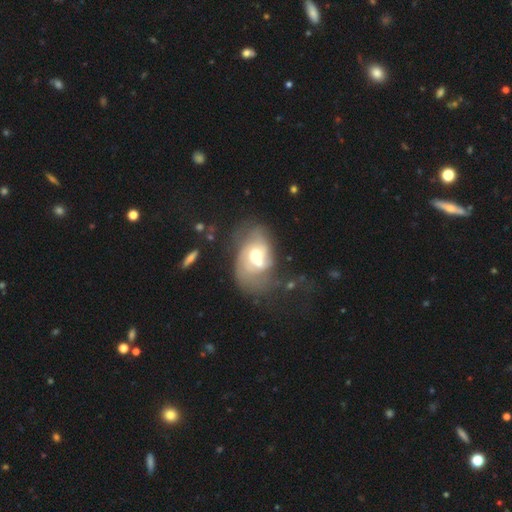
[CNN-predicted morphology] Smooth or featured: featured or disk — 67% (smooth — 25%)
Edge-on disk: no — 96% (yes — 4%)
Bar: no — 66% (weak — 28%)
Spiral arms: yes — 70% (no — 30%)
Bulge size: moderate — 66% (small — 21%)
Merging: merger — 30% (none — 28%)